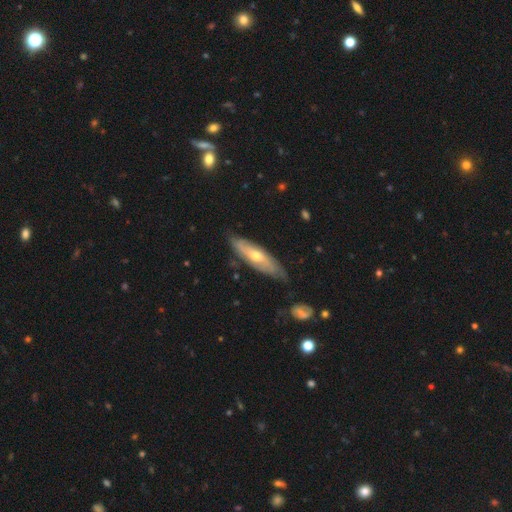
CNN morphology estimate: featured or disk 59%, smooth 35%, star or artifact 6%. Down the decision tree: edge-on disk — no (55%); merging — none (73%).